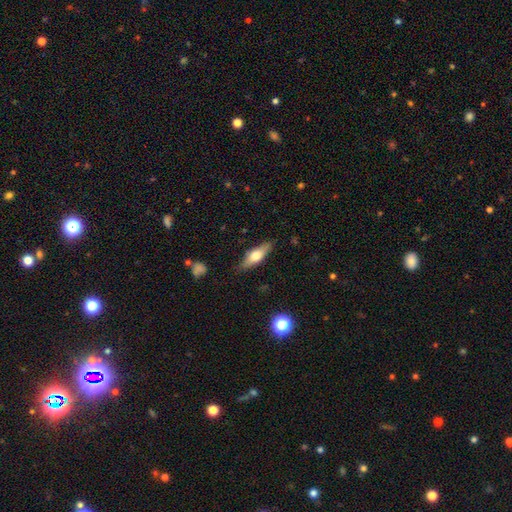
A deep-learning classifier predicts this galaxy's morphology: Smooth or featured?
  - smooth: 55% *
  - featured or disk: 39%
  - star or artifact: 6%
How rounded?
  - in between: 52% *
  - cigar-shaped: 45%
  - round: 3%
Merging?
  - none: 84% *
  - minor disturbance: 12%
  - major disturbance: 3%
  - merger: 1%